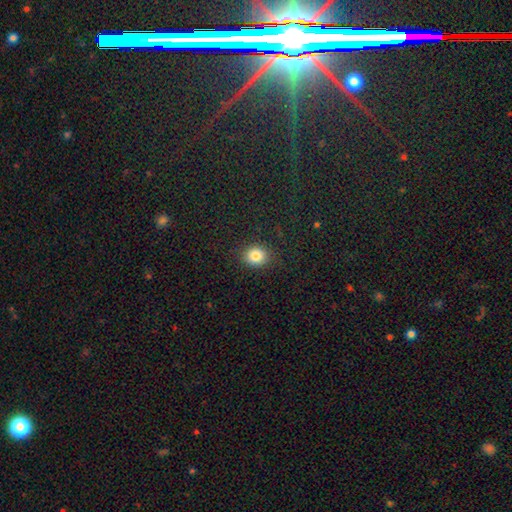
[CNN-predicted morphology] This is clearly a smooth galaxy (84%). How rounded: likely round (74%). Merging: clearly none (88%).